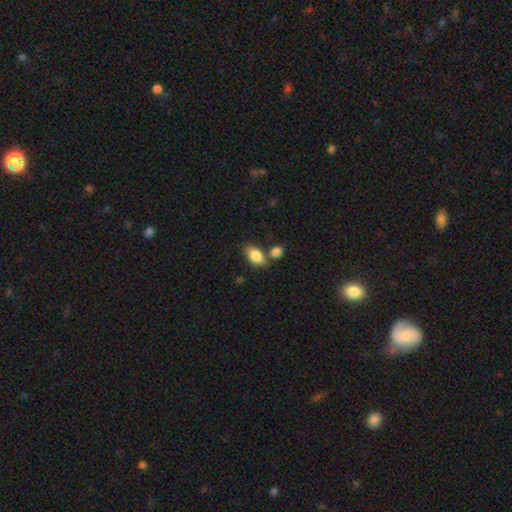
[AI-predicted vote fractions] Smooth or featured: smooth — 84% (featured or disk — 9%)
How rounded: in between — 91% (round — 5%)
Merging: none — 63% (merger — 21%)